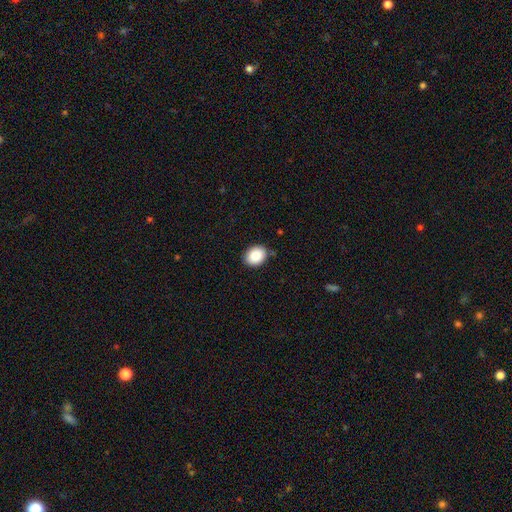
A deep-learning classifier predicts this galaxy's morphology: Smooth or featured?
  - smooth: 89% *
  - star or artifact: 8%
  - featured or disk: 4%
How rounded?
  - in between: 58% *
  - round: 41%
  - cigar-shaped: 1%
Merging?
  - none: 84% *
  - minor disturbance: 12%
  - major disturbance: 2%
  - merger: 2%